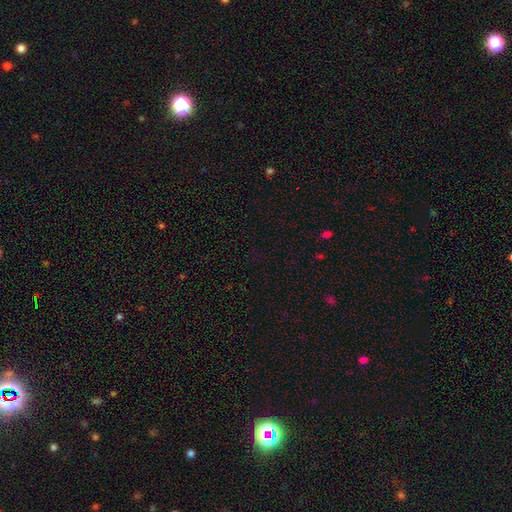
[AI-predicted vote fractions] This appears to be a star or artifact, not a galaxy (67%).